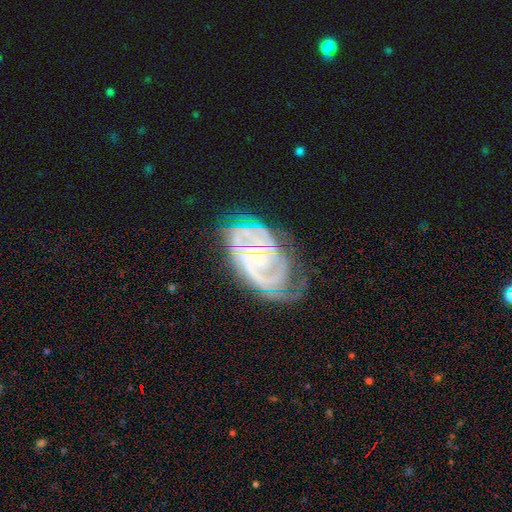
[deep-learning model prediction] Smooth or featured? Predicted: featured or disk (p=0.86). Edge-on disk? Predicted: no (p=0.97). Bar? Predicted: no (p=0.63). Spiral arms? Predicted: yes (p=0.94). Spiral winding? Predicted: tight (p=0.69). Spiral arm count? Predicted: can't tell (p=0.31, tied with 2). Bulge size? Predicted: small (p=0.79). Merging? Predicted: none (p=0.56).